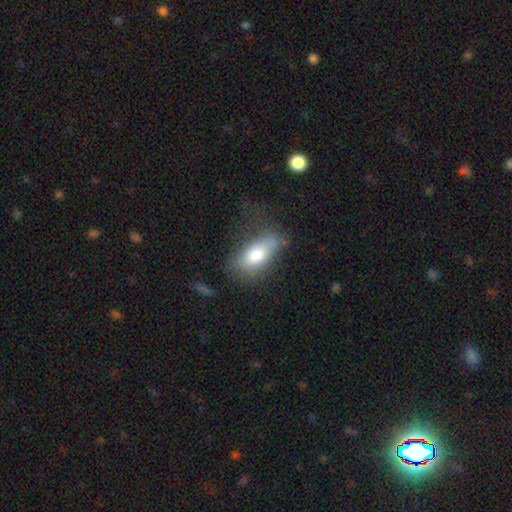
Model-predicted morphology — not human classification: Overall: smooth (74%). How rounded: in between (86%). Merging: none (52%; minor disturbance 27%).